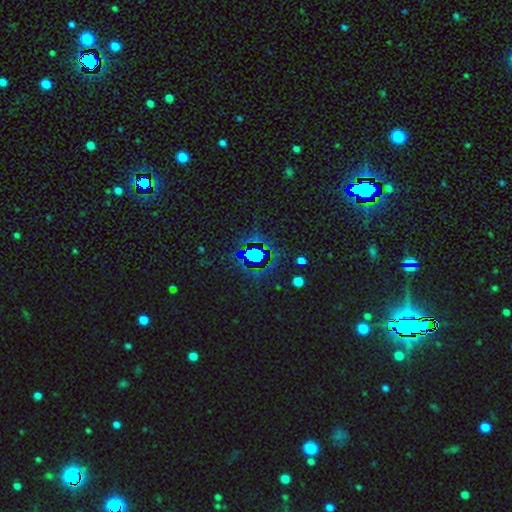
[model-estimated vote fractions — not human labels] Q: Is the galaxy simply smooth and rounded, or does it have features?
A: star or artifact — 70%.